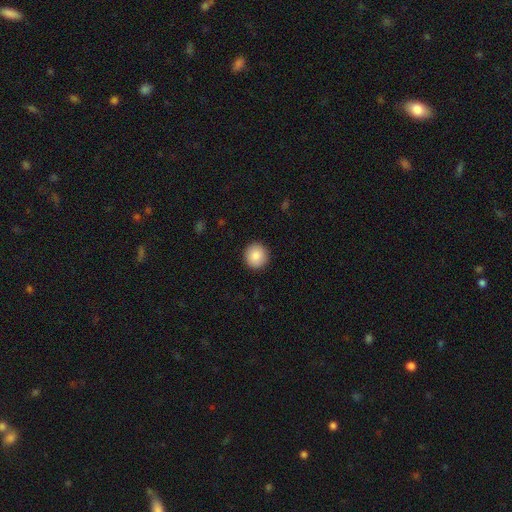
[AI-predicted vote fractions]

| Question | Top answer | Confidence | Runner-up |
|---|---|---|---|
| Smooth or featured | smooth | 87% | star or artifact (7%) |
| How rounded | round | 92% | in between (7%) |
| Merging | none | 92% | minor disturbance (5%) |